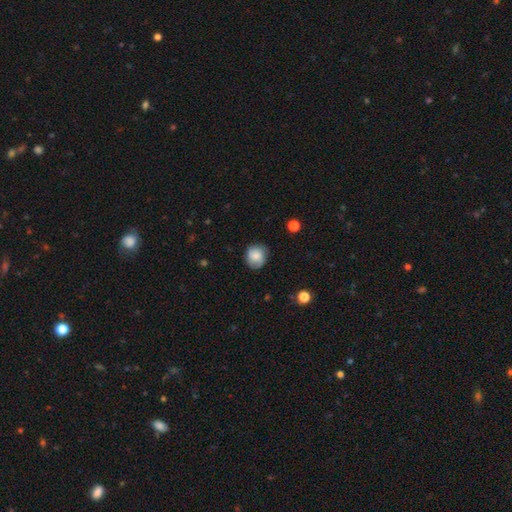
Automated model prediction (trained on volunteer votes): Smooth or featured? smooth (72%)
How rounded? round (82%)
Merging? none (74%)